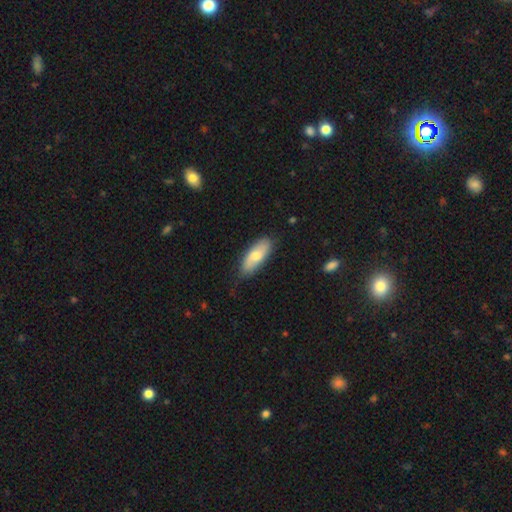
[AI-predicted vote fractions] smooth 71%, featured or disk 24%, star or artifact 5%. Down the decision tree: how rounded — in between (78%); merging — none (79%).